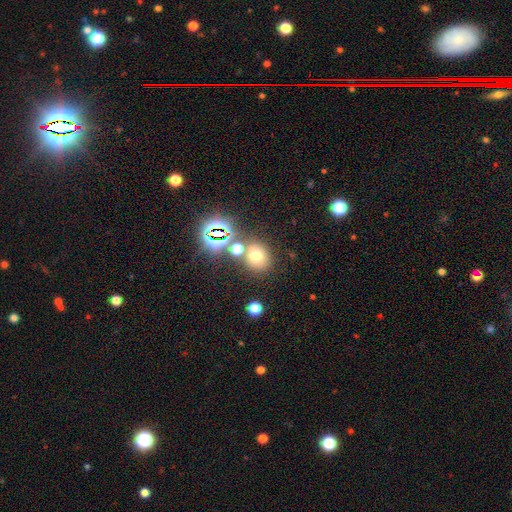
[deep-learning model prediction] Overall: smooth (61%; star or artifact 27%). How rounded: round (75%). Merging: none (67%).